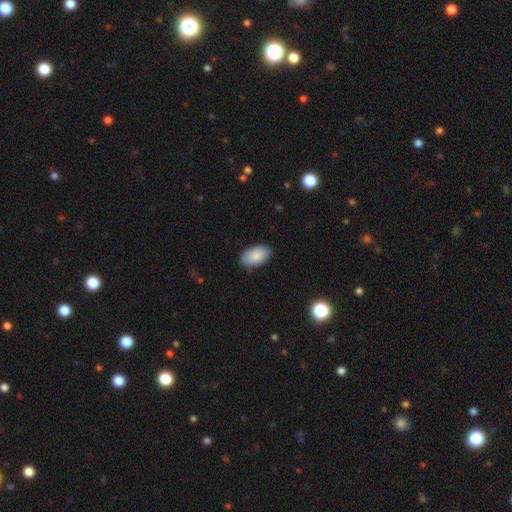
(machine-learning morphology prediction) A smooth galaxy with no disk features (88%) that is in between round and cigar-shaped (95%).

Vote fractions:
- Smooth or featured? smooth: 88% / featured or disk: 6% / star or artifact: 6%
- How rounded? in between: 95% / round: 3% / cigar-shaped: 2%
- Merging? none: 87% / minor disturbance: 10% / major disturbance: 2% / merger: 1%